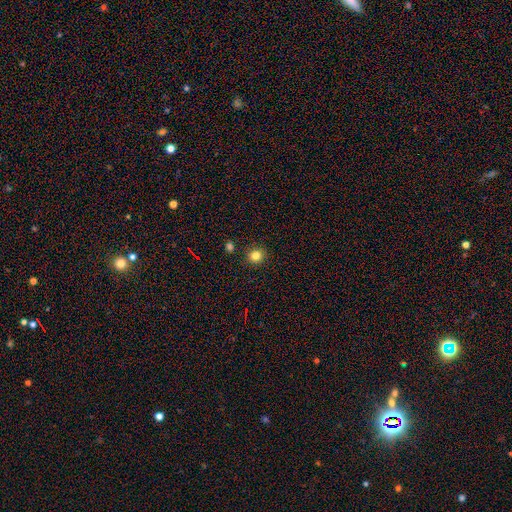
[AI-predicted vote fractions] Smooth or featured: smooth — 82% (star or artifact — 12%)
How rounded: round — 87% (in between — 12%)
Merging: none — 89% (minor disturbance — 6%)